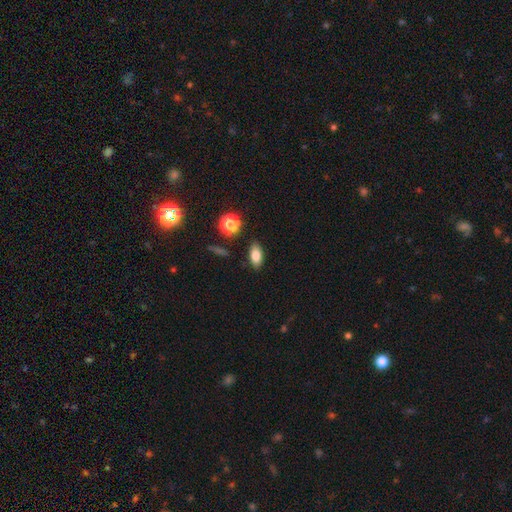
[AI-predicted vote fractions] This appears to be a smooth galaxy with no disk features (81%) that is in between round and cigar-shaped (86%). Merging: none (86%).